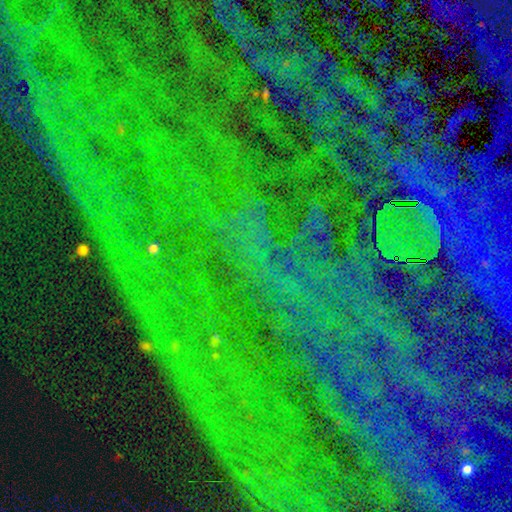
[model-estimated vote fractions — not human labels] A star or artifact, not a galaxy (85%).

Vote fractions:
- Smooth or featured? star or artifact: 85% / featured or disk: 8% / smooth: 7%